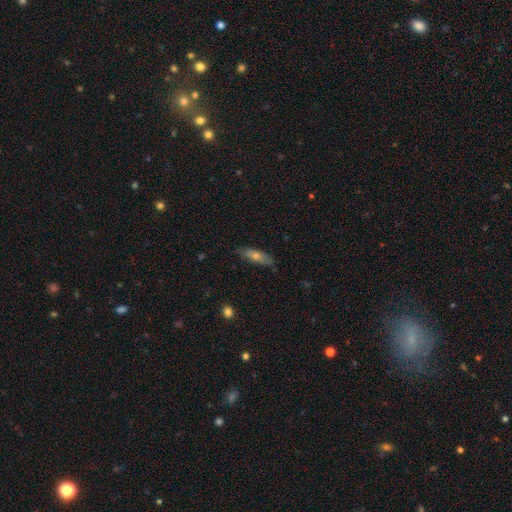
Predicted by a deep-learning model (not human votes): smooth-or-featured: smooth: 53% | featured or disk: 39% | star or artifact: 8%
  how-rounded: cigar-shaped: 61% | in between: 37% | round: 3%
  merging: none: 80% | minor disturbance: 16% | major disturbance: 3% | merger: 1%